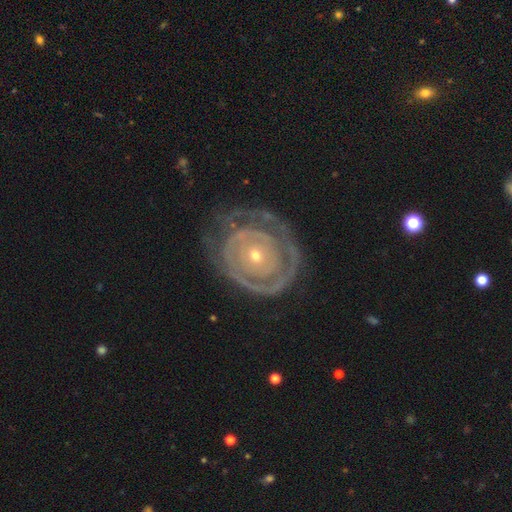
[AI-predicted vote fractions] Q: Smooth or featured?
A: featured or disk (83%); runner-up: smooth (12%)
Q: Edge-on disk?
A: no (96%); runner-up: yes (4%)
Q: Bar?
A: no (84%); runner-up: weak (11%)
Q: Spiral arms?
A: yes (75%); runner-up: no (25%)
Q: Spiral winding?
A: tight (82%); runner-up: medium (12%)
Q: Spiral arm count?
A: can't tell (39%); runner-up: 1 (20%)
Q: Bulge size?
A: small (69%); runner-up: moderate (28%)
Q: Merging?
A: none (61%); runner-up: minor disturbance (20%)